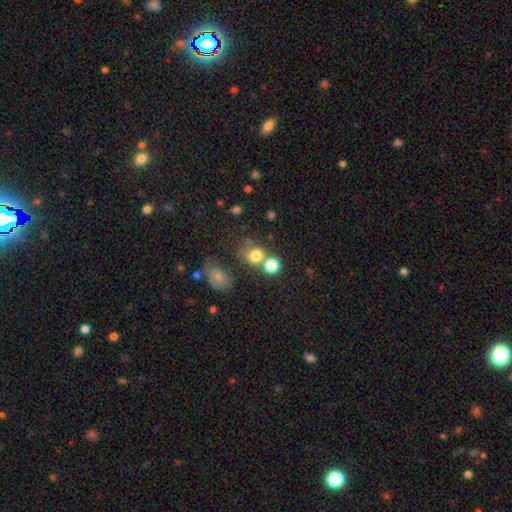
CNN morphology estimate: This is likely a smooth galaxy (75%). How rounded: likely round (67%). Merging: marginally none (43%).